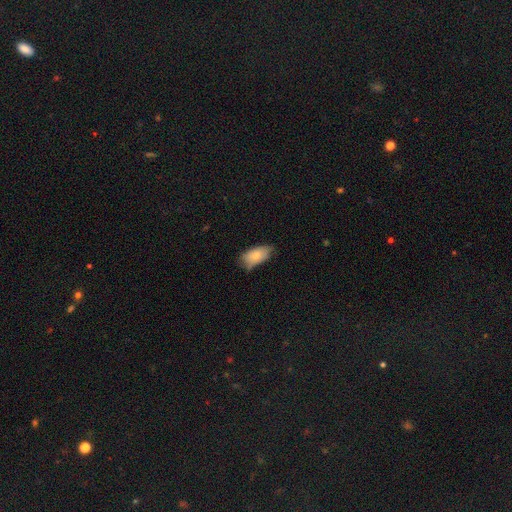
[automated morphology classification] Q: Smooth or featured?
A: smooth (78%); runner-up: featured or disk (15%)
Q: How rounded?
A: in between (92%); runner-up: cigar-shaped (4%)
Q: Merging?
A: none (56%); runner-up: minor disturbance (35%)